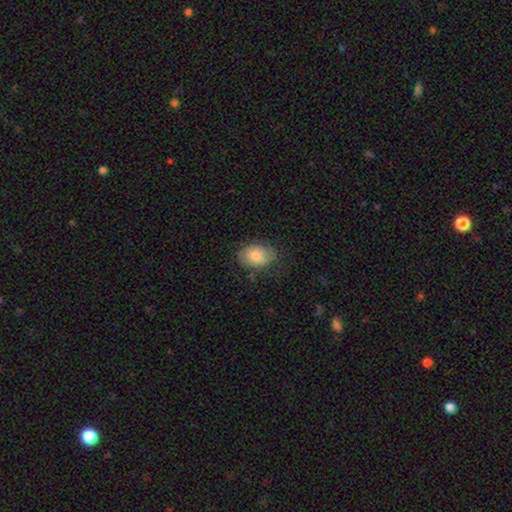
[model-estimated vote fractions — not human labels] The model was most divided on "merging": none: 73%, minor disturbance: 20%, major disturbance: 6%, merger: 1%. More confident: how rounded — in between (80%); smooth or featured — smooth (80%).